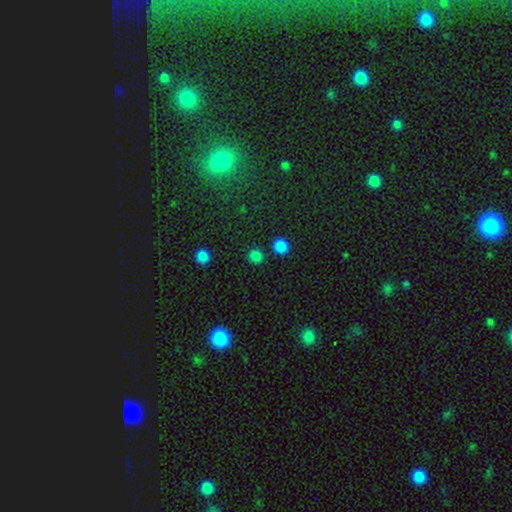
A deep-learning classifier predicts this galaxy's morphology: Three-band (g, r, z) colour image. It shows a smooth galaxy with no disk features (80%) that is round (84%). Merging: none (84%).